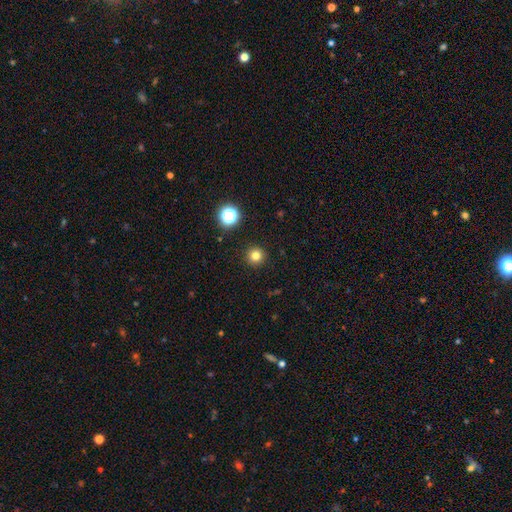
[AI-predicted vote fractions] A smooth galaxy with no disk features (79%) that is round (96%).

Vote fractions:
- Smooth or featured? smooth: 79% / star or artifact: 16% / featured or disk: 6%
- How rounded? round: 96% / in between: 3% / cigar-shaped: 1%
- Merging? none: 92% / minor disturbance: 5% / major disturbance: 2% / merger: 1%